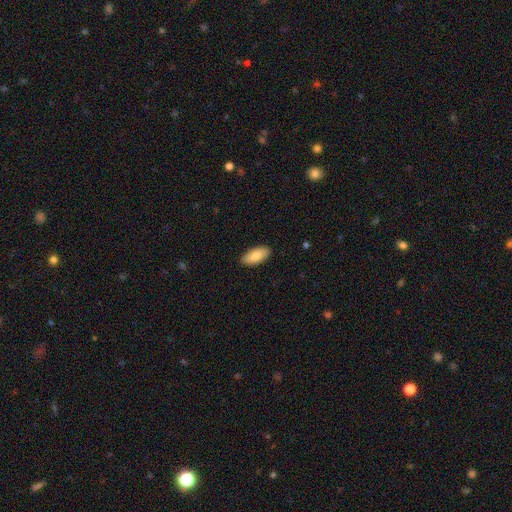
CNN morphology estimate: This is clearly a smooth galaxy (82%). How rounded: clearly in between (91%). Merging: clearly none (89%).